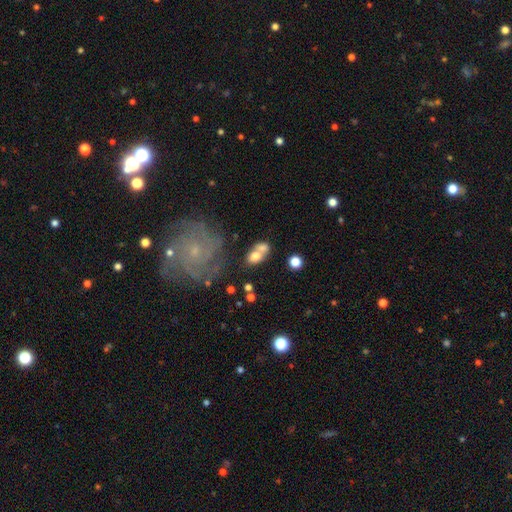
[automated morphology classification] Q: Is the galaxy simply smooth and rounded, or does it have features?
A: smooth — 69%.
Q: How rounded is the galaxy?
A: in between — 72%.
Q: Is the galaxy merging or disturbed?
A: merger — 54%.